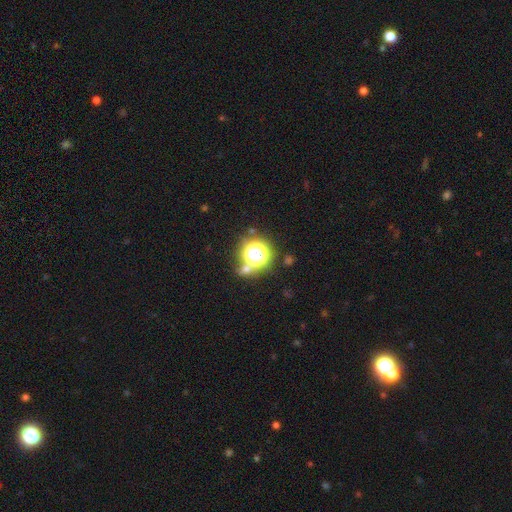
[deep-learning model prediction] A star or artifact, not a galaxy (56%).